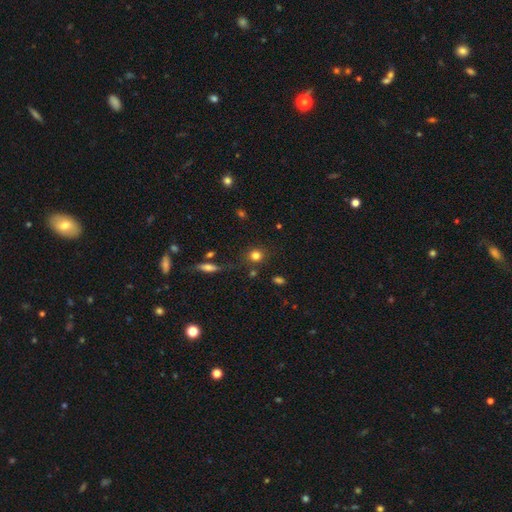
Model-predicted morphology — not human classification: The model was most divided on "smooth or featured": smooth: 80%, star or artifact: 13%, featured or disk: 7%. More confident: how rounded — round (85%); merging — none (79%).